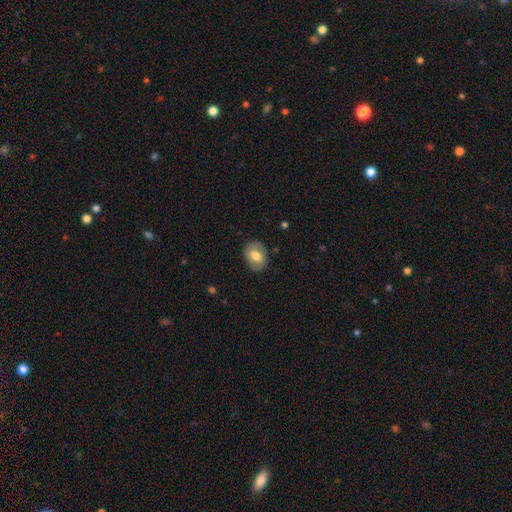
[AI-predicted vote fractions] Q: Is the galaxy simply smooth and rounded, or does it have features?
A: smooth — 64%.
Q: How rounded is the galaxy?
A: in between — 66%.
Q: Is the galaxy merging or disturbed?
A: none — 82%.